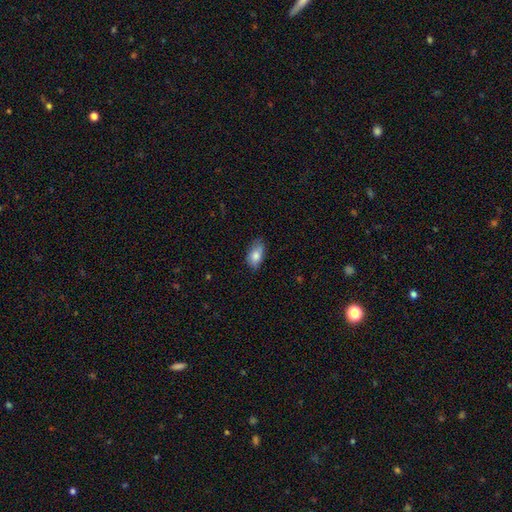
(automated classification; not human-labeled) This is clearly a smooth galaxy (81%). How rounded: clearly in between (91%). Merging: likely none (73%).